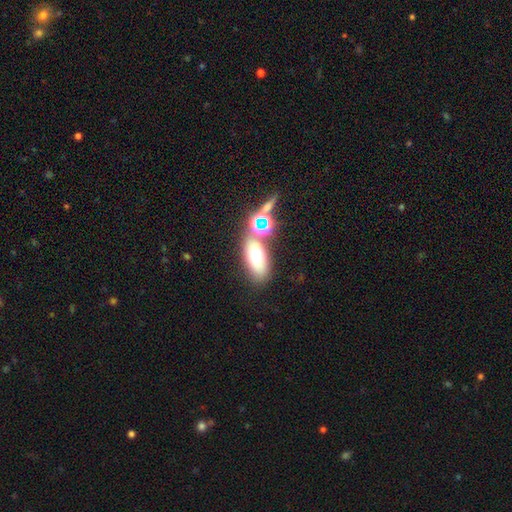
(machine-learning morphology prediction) A smooth galaxy with no disk features (60%) that is in between round and cigar-shaped (78%). Merging: none (68%).